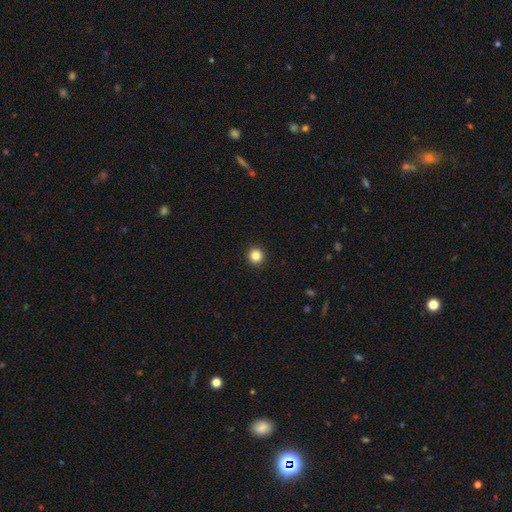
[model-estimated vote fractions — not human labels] Q: Smooth or featured?
A: smooth (86%); runner-up: star or artifact (11%)
Q: How rounded?
A: round (94%); runner-up: in between (5%)
Q: Merging?
A: none (93%); runner-up: minor disturbance (4%)